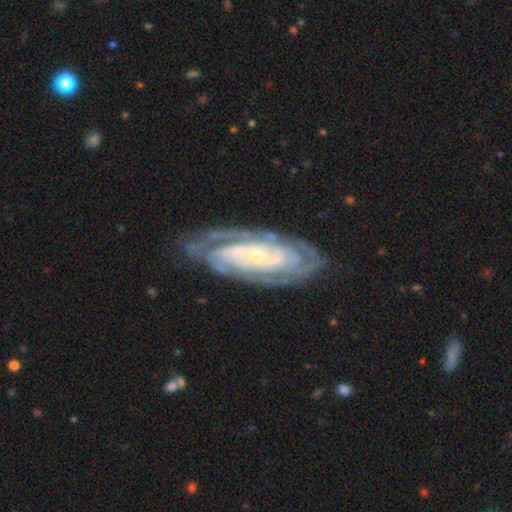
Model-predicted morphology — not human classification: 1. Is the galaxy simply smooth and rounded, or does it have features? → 89% featured or disk, 6% smooth, 5% star or artifact.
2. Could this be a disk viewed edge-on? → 93% no, 7% yes.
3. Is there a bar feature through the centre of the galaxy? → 60% no, 26% weak, 14% strong.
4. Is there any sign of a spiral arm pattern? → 98% yes, 2% no.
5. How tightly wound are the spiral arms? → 77% tight, 20% medium, 3% loose.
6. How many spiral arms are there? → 26% can't tell, 22% 2, 20% 3, 17% 4, 9% more than 4, 6% 1.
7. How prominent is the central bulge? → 79% small, 16% moderate, 3% none, 2% large, 1% dominant.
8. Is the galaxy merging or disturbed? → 77% none, 16% minor disturbance, 5% major disturbance, 2% merger.